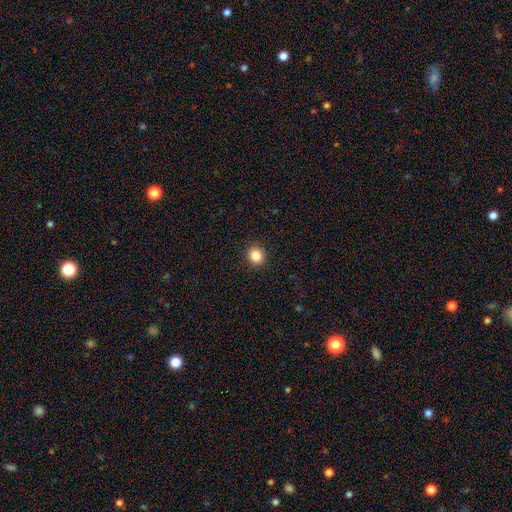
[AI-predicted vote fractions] The model was most divided on "smooth or featured": smooth: 85%, star or artifact: 11%, featured or disk: 4%. More confident: merging — none (92%); how rounded — round (89%).